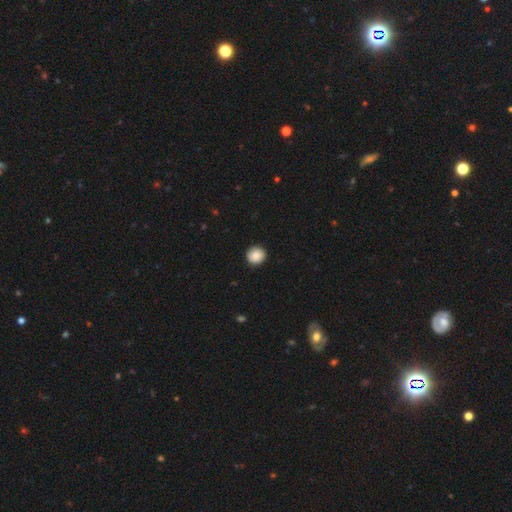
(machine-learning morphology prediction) smooth-or-featured: smooth: 84% | featured or disk: 9% | star or artifact: 8%
  how-rounded: round: 93% | in between: 6% | cigar-shaped: 1%
  merging: none: 90% | minor disturbance: 7% | major disturbance: 2% | merger: 1%